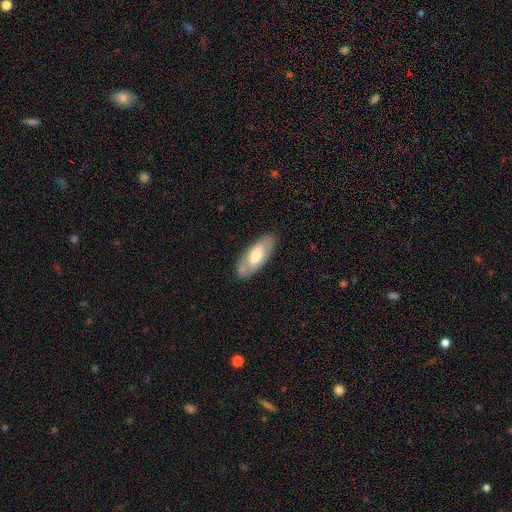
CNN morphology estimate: Q: Smooth or featured?
A: smooth (57%); runner-up: featured or disk (38%)
Q: How rounded?
A: in between (80%); runner-up: cigar-shaped (18%)
Q: Merging?
A: none (81%); runner-up: minor disturbance (14%)